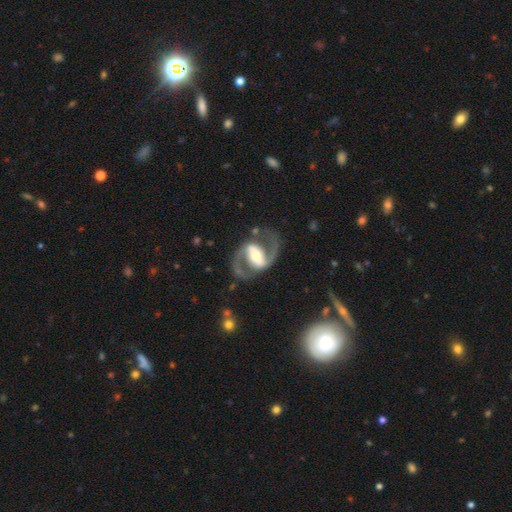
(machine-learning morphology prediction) A featured or disk galaxy (91%) with a strong bar (57%), 2 (94%) medium (60%) spiral arms (96%) and a moderate central bulge (56%). Merging: none (79%).